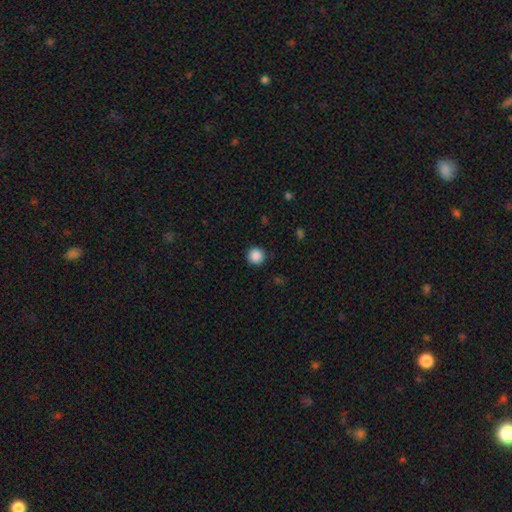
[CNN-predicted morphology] smooth_or_featured: smooth (p=0.88) [alt: star or artifact p=0.10]
how_rounded: round (p=0.95) [alt: in between p=0.04]
merging: none (p=0.90) [alt: minor disturbance p=0.07]